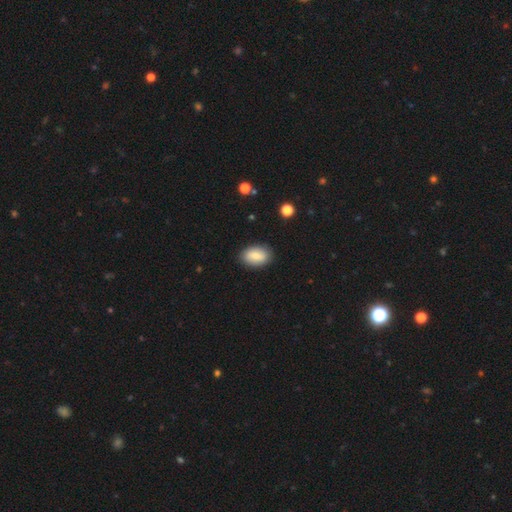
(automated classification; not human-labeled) Overall: smooth (81%). How rounded: in between (89%). Merging: none (87%).